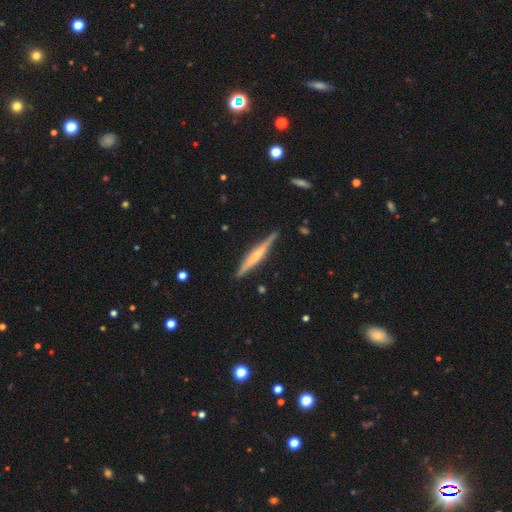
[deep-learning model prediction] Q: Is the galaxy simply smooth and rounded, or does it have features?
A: featured or disk — 65%.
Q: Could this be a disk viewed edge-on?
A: yes — 97%.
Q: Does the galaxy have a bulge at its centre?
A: rounded — 52%.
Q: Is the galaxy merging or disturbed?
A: none — 89%.